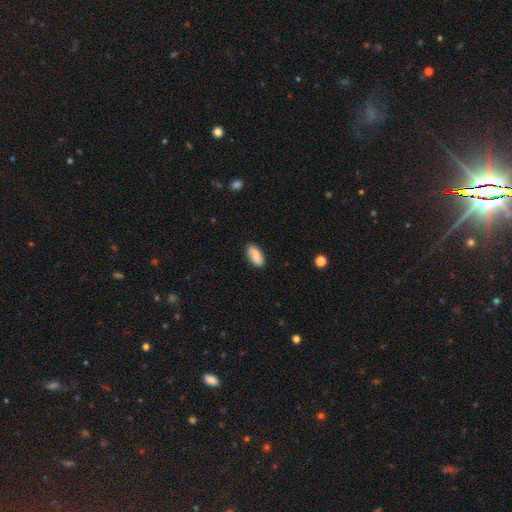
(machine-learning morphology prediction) smooth-or-featured: smooth: 83% | featured or disk: 10% | star or artifact: 7%
  how-rounded: in between: 88% | cigar-shaped: 10% | round: 2%
  merging: none: 85% | minor disturbance: 11% | major disturbance: 2% | merger: 1%